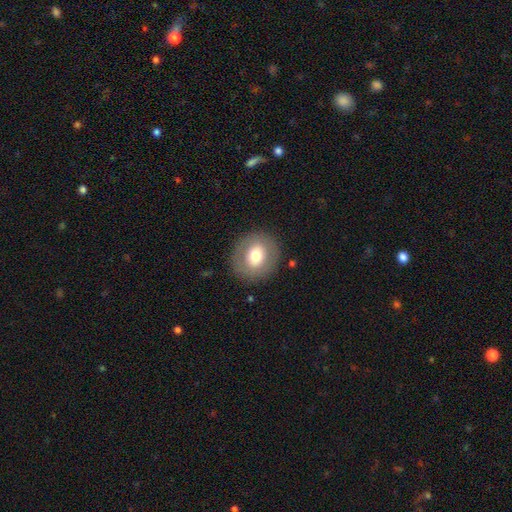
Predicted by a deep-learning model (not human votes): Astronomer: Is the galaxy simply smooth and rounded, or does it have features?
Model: smooth — 66%.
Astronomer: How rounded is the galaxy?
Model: round — 81%.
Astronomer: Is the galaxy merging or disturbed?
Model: none — 87%.